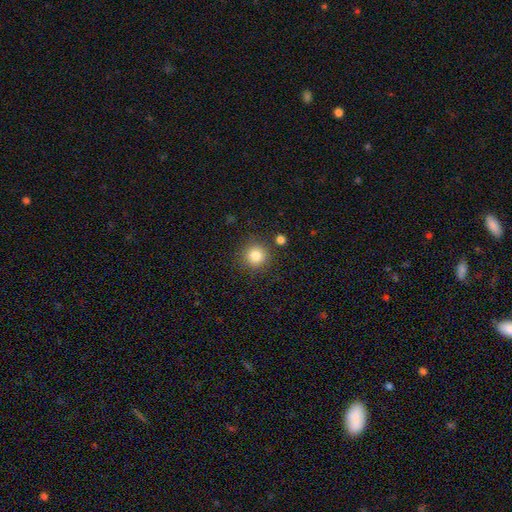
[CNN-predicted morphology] This appears to be a smooth galaxy with no disk features (83%) that is round (94%). Merging: none (86%).